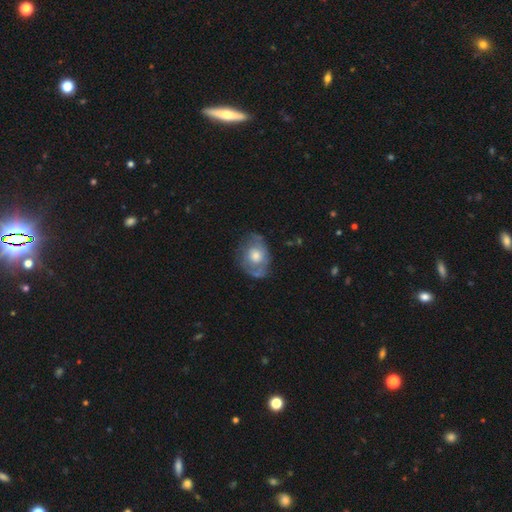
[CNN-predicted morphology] This appears to be a featured or disk galaxy (57%) with no bar (83%), spiral arms (63%) and a moderate central bulge (60%). Merging: none (64%).